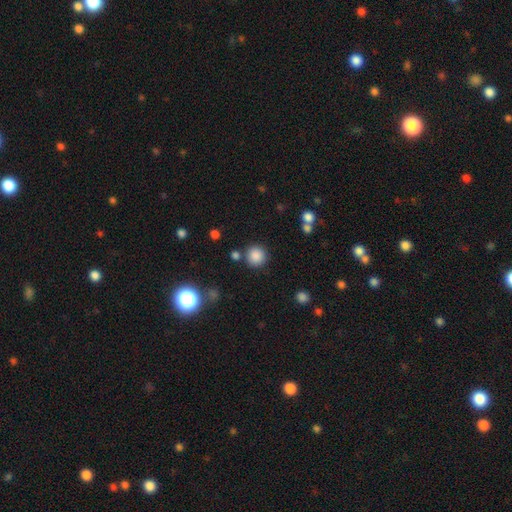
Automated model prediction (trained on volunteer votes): This appears to be a smooth galaxy with no disk features (85%) that is round (93%). Merging: none (84%).